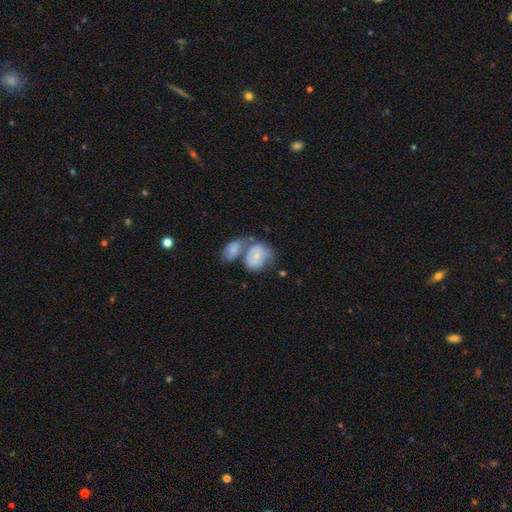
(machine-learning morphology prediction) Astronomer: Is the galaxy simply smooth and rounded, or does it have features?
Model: smooth — 56% (runner-up: featured or disk, 38%).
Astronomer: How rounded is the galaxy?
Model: in between — 53% (runner-up: round, 46%).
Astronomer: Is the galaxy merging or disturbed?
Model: merger — 54%.